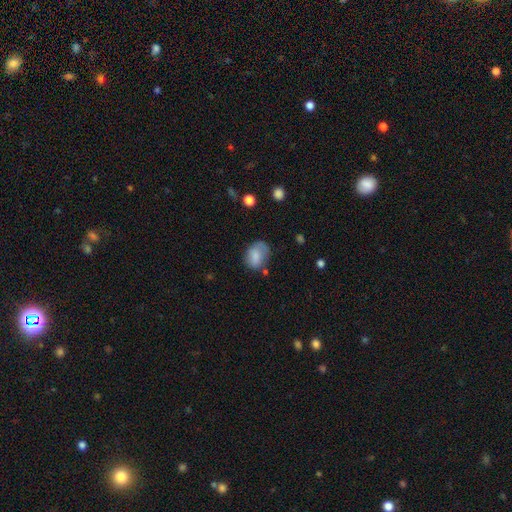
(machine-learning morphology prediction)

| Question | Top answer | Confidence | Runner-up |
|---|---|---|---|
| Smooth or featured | smooth | 75% | featured or disk (16%) |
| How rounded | in between | 68% | round (31%) |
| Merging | none | 50% | minor disturbance (30%) |